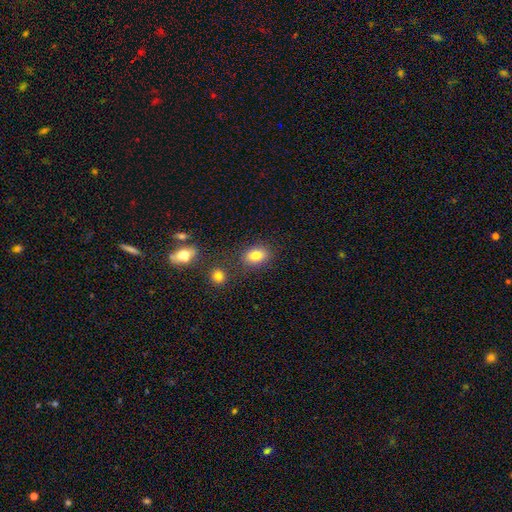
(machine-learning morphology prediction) Smooth or featured? smooth (81%)
How rounded? in between (76%)
Merging? none (78%)